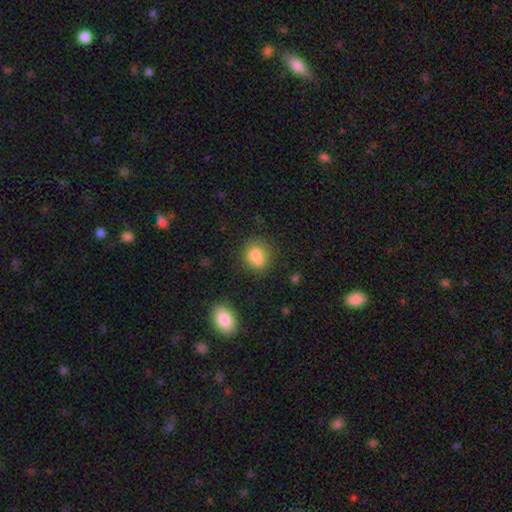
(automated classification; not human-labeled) Smooth or featured?
  - smooth: 77% *
  - featured or disk: 13%
  - star or artifact: 11%
How rounded?
  - round: 64% *
  - in between: 34%
  - cigar-shaped: 1%
Merging?
  - none: 53% *
  - minor disturbance: 20%
  - merger: 20%
  - major disturbance: 7%